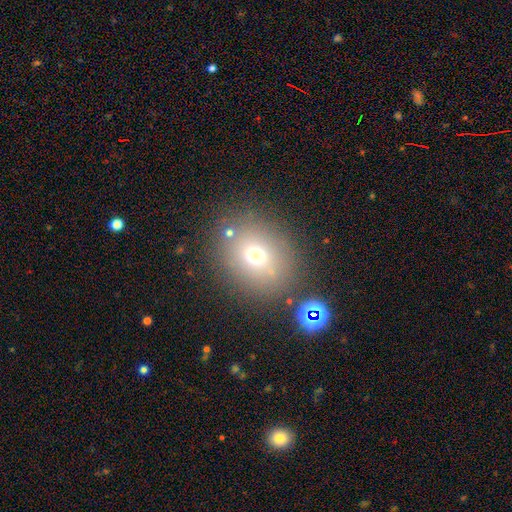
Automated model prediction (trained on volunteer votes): smooth-or-featured: smooth: 68% | star or artifact: 18% | featured or disk: 14%
  how-rounded: round: 60% | in between: 39% | cigar-shaped: 1%
  merging: none: 77% | minor disturbance: 11% | merger: 7% | major disturbance: 5%